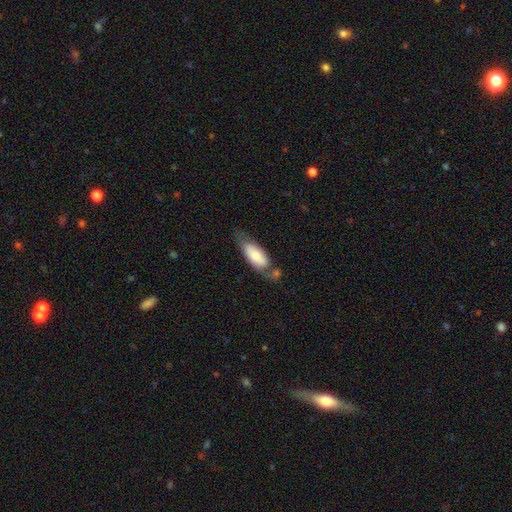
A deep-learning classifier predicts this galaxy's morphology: smooth_or_featured: smooth (p=0.62) [alt: featured or disk p=0.32]
how_rounded: in between (p=0.78) [alt: cigar-shaped p=0.19]
merging: none (p=0.46) [alt: minor disturbance p=0.24]